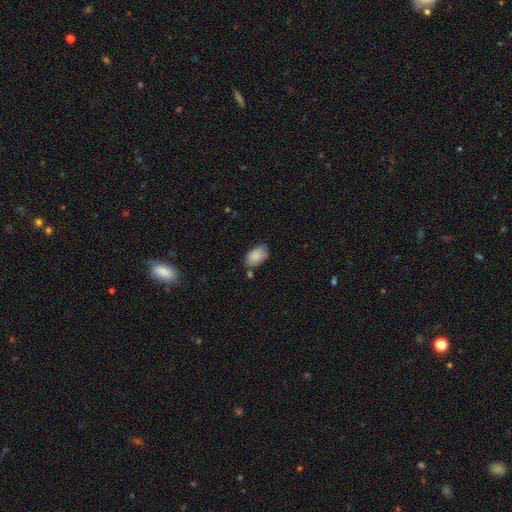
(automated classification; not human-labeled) This is clearly a smooth galaxy (86%). How rounded: clearly in between (92%). Merging: likely none (61%).